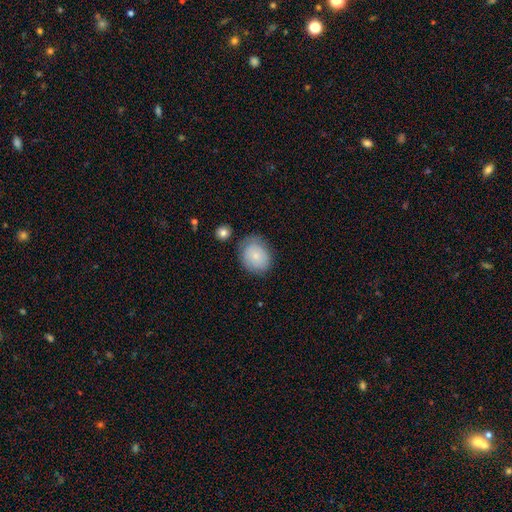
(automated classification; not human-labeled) Q: Smooth or featured?
A: smooth (78%); runner-up: featured or disk (15%)
Q: How rounded?
A: round (60%); runner-up: in between (39%)
Q: Merging?
A: none (69%); runner-up: minor disturbance (22%)